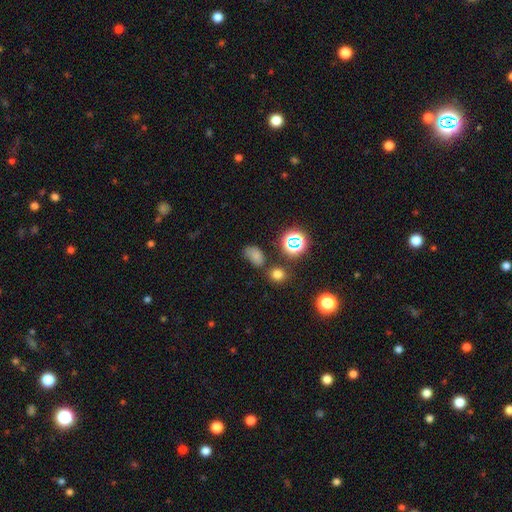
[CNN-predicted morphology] Smooth or featured? smooth (68%)
How rounded? in between (81%)
Merging? none (60%)